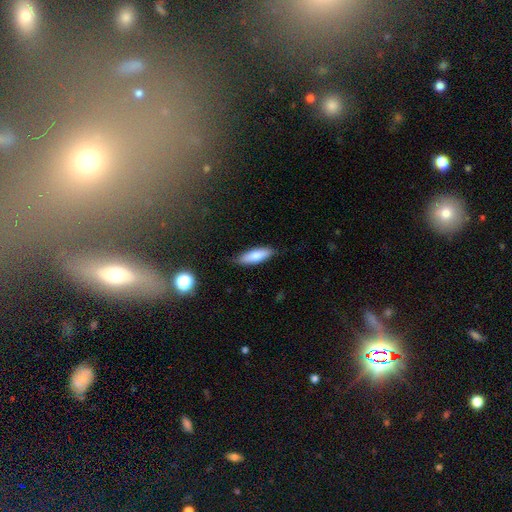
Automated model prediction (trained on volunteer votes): Q: Smooth or featured?
A: smooth (79%); runner-up: featured or disk (15%)
Q: How rounded?
A: in between (51%); runner-up: cigar-shaped (47%)
Q: Merging?
A: none (83%); runner-up: minor disturbance (14%)